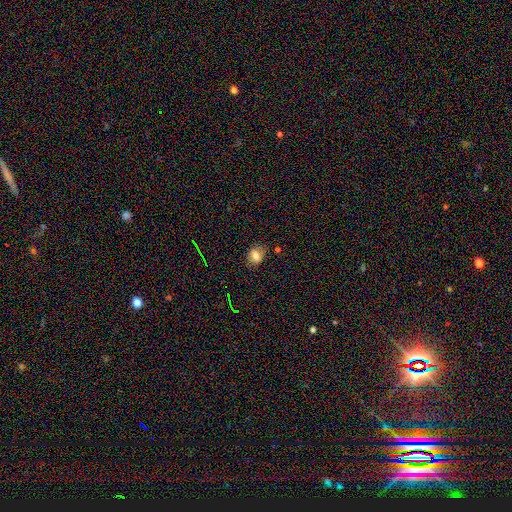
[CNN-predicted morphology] This appears to be a smooth galaxy with no disk features (74%) that is in between round and cigar-shaped (50%). Merging: none (77%).